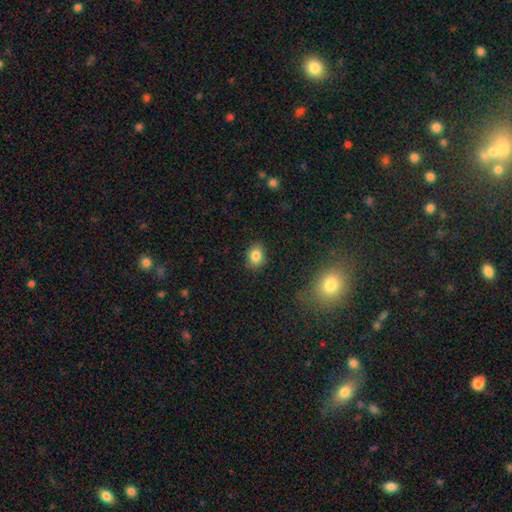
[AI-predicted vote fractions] This is clearly a smooth galaxy (84%). How rounded: possibly in between (60%). Merging: clearly none (85%).